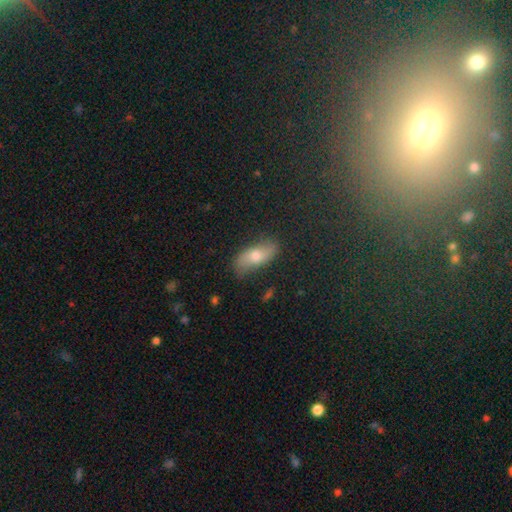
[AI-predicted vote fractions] smooth 55%, featured or disk 36%, star or artifact 9%. Down the decision tree: how rounded — in between (78%); merging — none (77%).